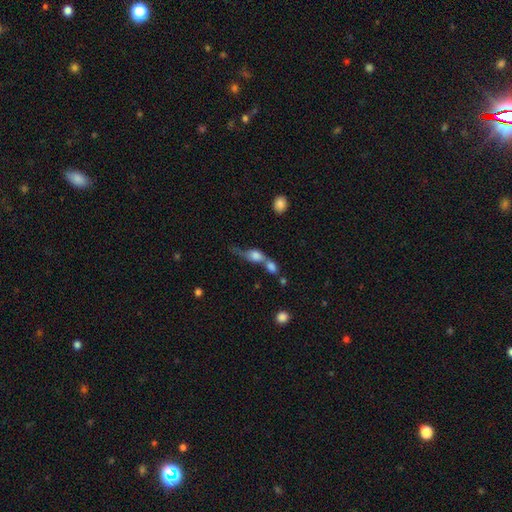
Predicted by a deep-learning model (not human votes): smooth 56%, featured or disk 33%, star or artifact 11%. Down the decision tree: how rounded — in between (52%); merging — merger (69%).